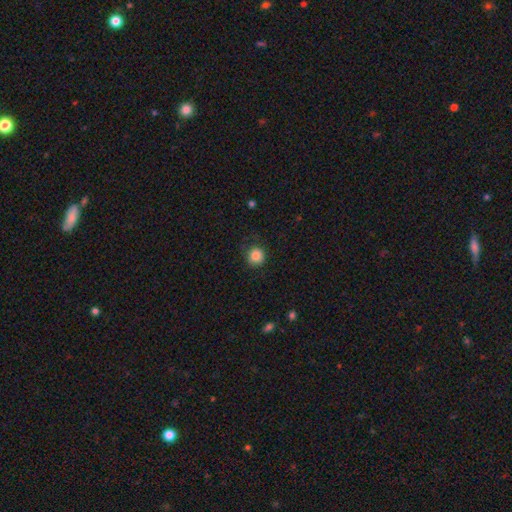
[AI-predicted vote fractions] Smooth or featured?
  - smooth: 85% *
  - star or artifact: 10%
  - featured or disk: 4%
How rounded?
  - round: 91% *
  - in between: 8%
  - cigar-shaped: 1%
Merging?
  - none: 81% *
  - minor disturbance: 14%
  - major disturbance: 4%
  - merger: 1%